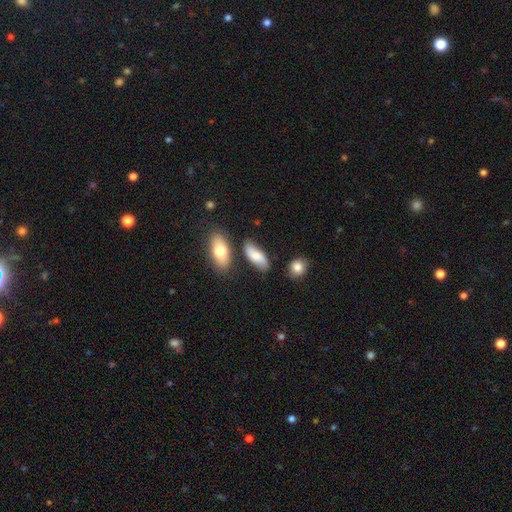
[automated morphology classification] A smooth galaxy with no disk features (75%) that is in between round and cigar-shaped (81%). Merging: none (73%).